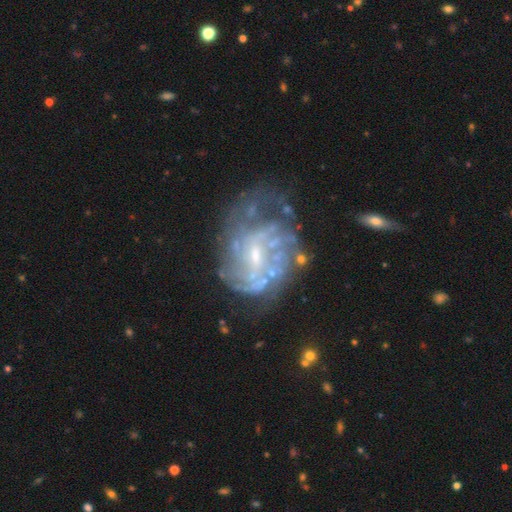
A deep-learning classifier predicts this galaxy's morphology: smooth-or-featured: featured or disk: 80% | smooth: 11% | star or artifact: 9%
  disk-edge-on: no: 98% | yes: 2%
    bar: weak: 47% | no: 43% | strong: 10%
    has-spiral-arms: yes: 72% | no: 28%
      spiral-winding: tight: 44% | medium: 36% | loose: 20%
      spiral-arm-count: can't tell: 52% | 2: 13% | 3: 12% | 4: 11% | more than 4: 6% | 1: 5%
    bulge-size: small: 60% | moderate: 24% | none: 14% | large: 2% | dominant: 1%
  merging: none: 46% | major disturbance: 26% | minor disturbance: 23% | merger: 5%